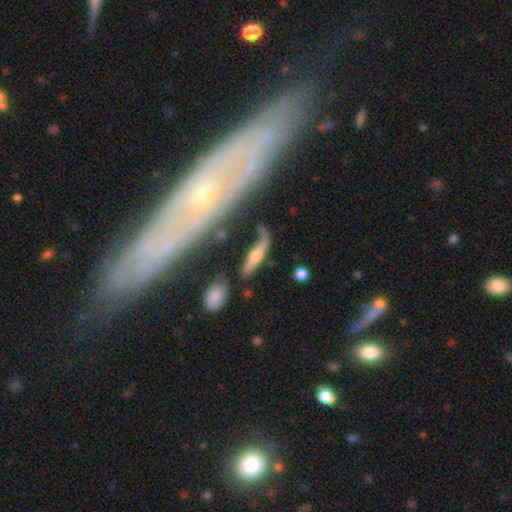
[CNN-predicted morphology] A featured or disk galaxy (58%) viewed edge-on (68%). Merging: none (54%).